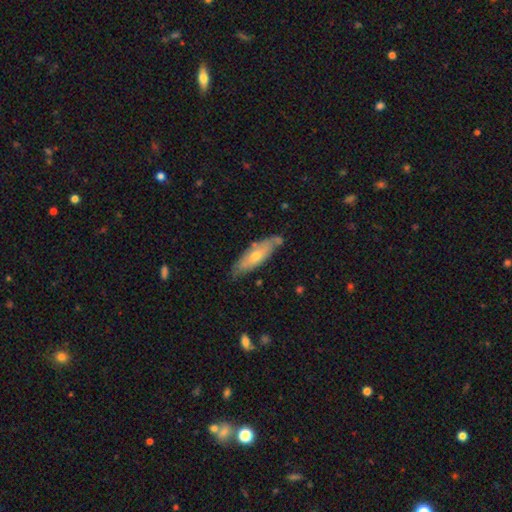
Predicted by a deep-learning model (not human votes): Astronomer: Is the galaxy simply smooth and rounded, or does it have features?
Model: smooth — 54% (runner-up: featured or disk, 41%).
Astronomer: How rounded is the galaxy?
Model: in between — 51% (runner-up: cigar-shaped, 47%).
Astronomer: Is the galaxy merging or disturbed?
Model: none — 69%.